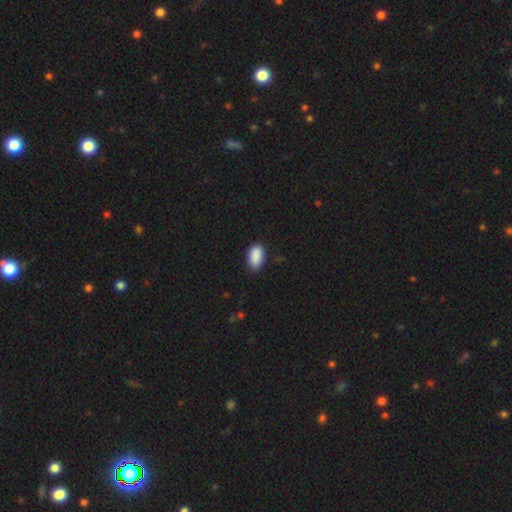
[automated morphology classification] This is clearly a smooth galaxy (90%). How rounded: clearly in between (94%). Merging: clearly none (82%).